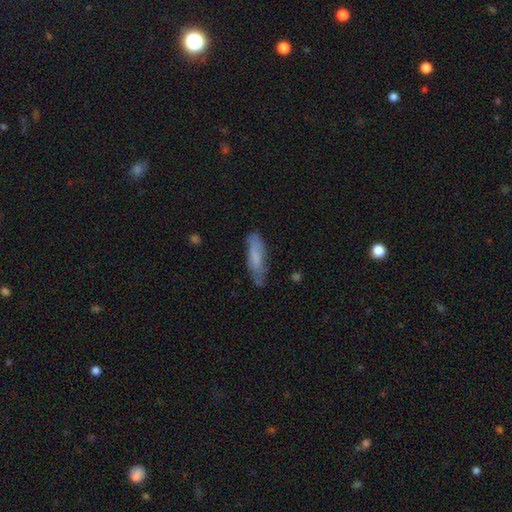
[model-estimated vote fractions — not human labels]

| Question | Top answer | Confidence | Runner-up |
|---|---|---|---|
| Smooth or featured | smooth | 66% | featured or disk (27%) |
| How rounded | cigar-shaped | 59% | in between (39%) |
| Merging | none | 65% | minor disturbance (26%) |